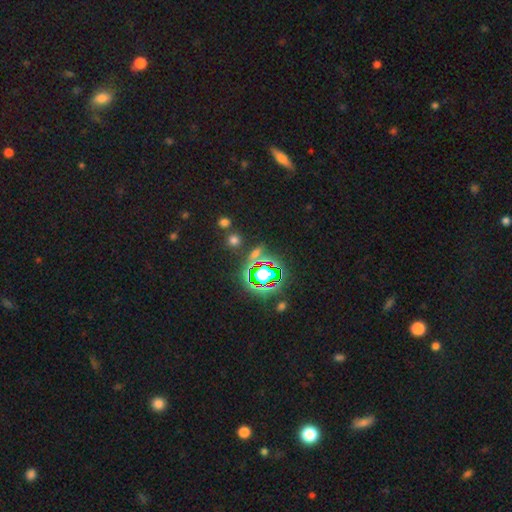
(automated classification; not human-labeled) The model was most divided on "smooth or featured": star or artifact: 70%, smooth: 21%, featured or disk: 10%.